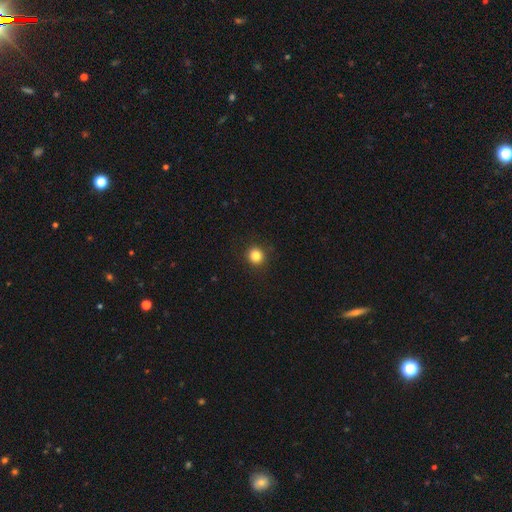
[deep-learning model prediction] smooth-or-featured: smooth: 84% | star or artifact: 12% | featured or disk: 5%
  how-rounded: round: 93% | in between: 6% | cigar-shaped: 1%
  merging: none: 92% | minor disturbance: 5% | major disturbance: 2% | merger: 1%